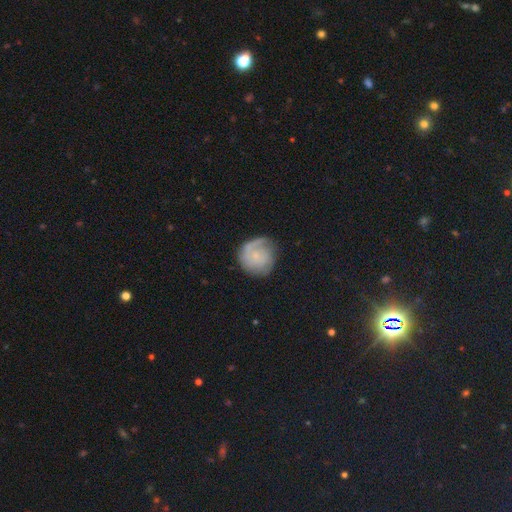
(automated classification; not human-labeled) Smooth or featured? featured or disk (50%)
Edge-on disk? no (98%)
Merging? none (67%)